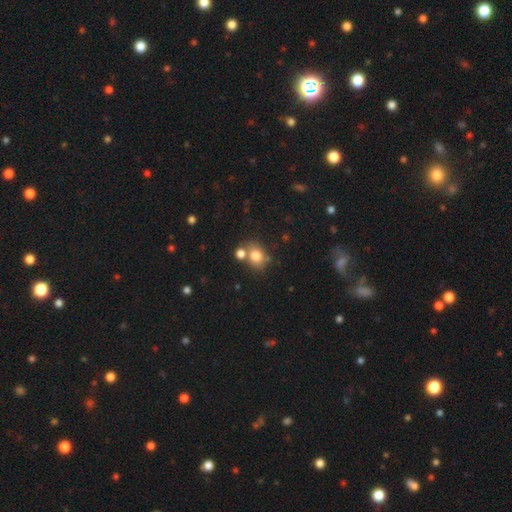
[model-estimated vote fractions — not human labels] Smooth or featured: smooth — 78% (star or artifact — 11%)
How rounded: round — 63% (in between — 36%)
Merging: none — 59% (merger — 25%)